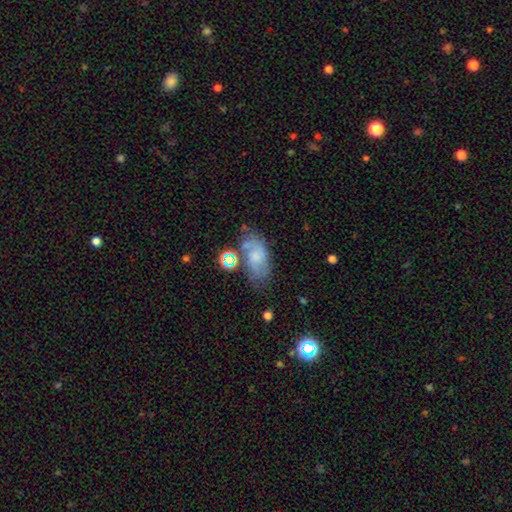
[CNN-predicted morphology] This appears to be a smooth galaxy with no disk features (50%) that is in between round and cigar-shaped (88%). Merging: none (49%).